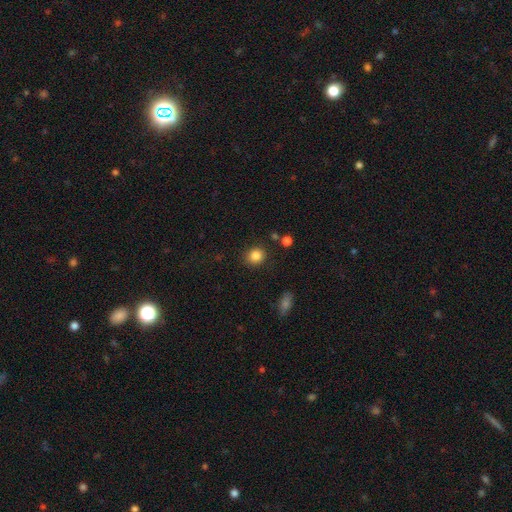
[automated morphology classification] Smooth or featured: smooth — 85% (star or artifact — 10%)
How rounded: round — 80% (in between — 19%)
Merging: none — 85% (minor disturbance — 9%)